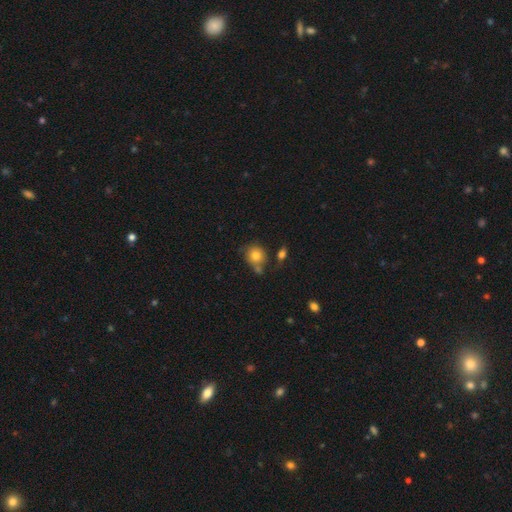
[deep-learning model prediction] smooth-or-featured: smooth: 80% | featured or disk: 10% | star or artifact: 10%
  how-rounded: round: 80% | in between: 19% | cigar-shaped: 1%
  merging: none: 59% | minor disturbance: 18% | merger: 17% | major disturbance: 6%